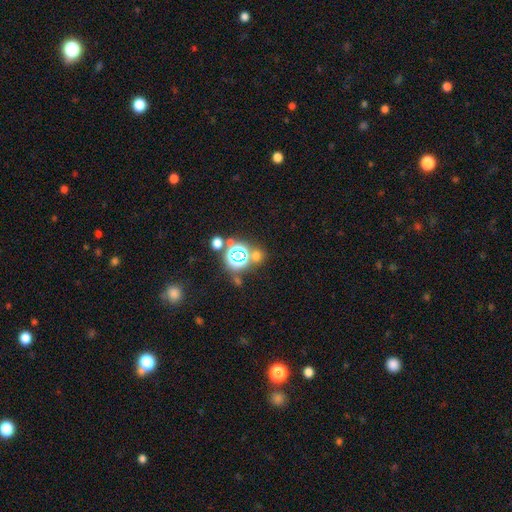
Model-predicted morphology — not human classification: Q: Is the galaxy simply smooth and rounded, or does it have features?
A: star or artifact — 47%.